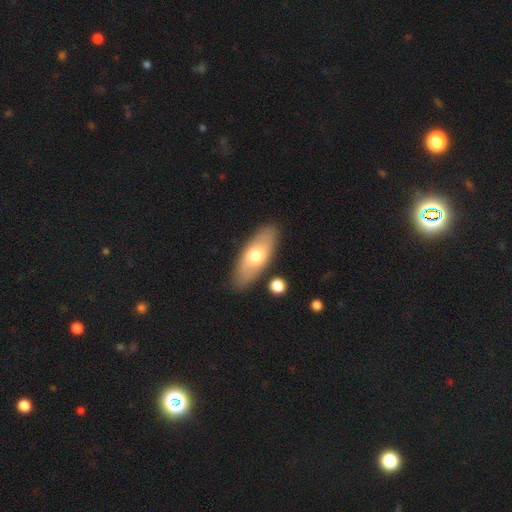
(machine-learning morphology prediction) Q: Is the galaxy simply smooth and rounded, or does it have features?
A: smooth — 63%.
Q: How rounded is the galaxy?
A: in between — 78%.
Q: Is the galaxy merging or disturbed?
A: none — 85%.